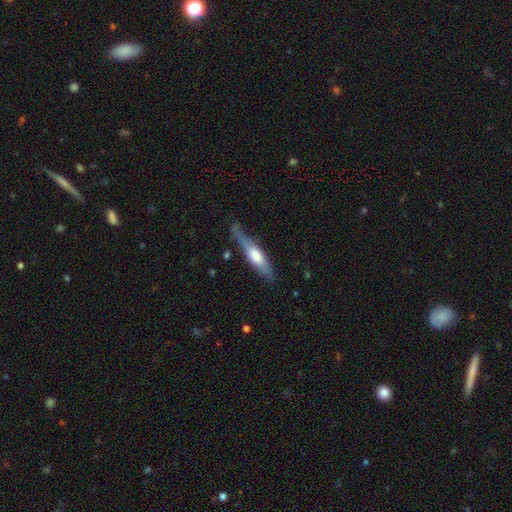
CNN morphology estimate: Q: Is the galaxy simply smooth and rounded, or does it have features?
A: smooth — 48%.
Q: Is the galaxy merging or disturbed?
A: none — 59%.